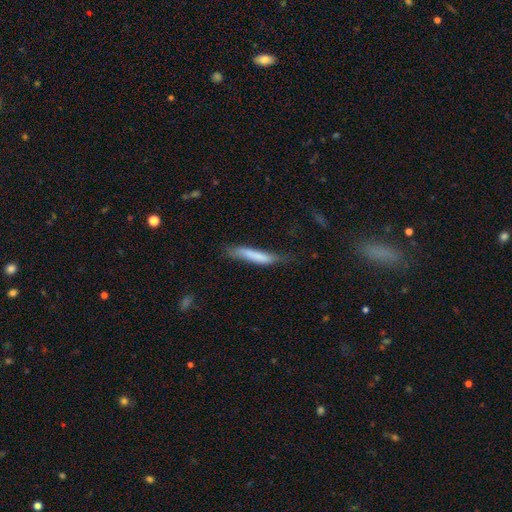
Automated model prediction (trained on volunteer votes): Smooth or featured? smooth (76%)
How rounded? cigar-shaped (91%)
Merging? none (58%)